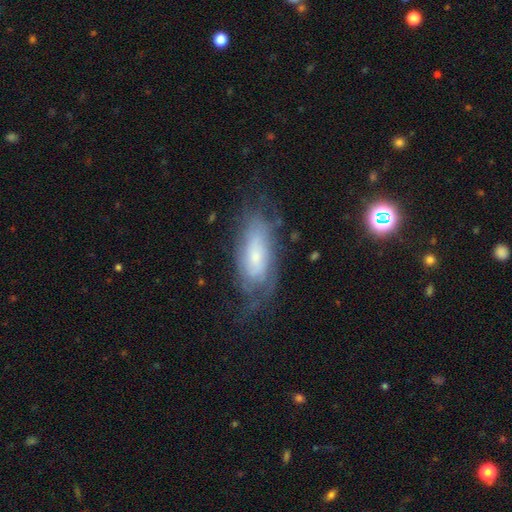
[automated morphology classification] Smooth or featured?
  - featured or disk: 63% *
  - smooth: 29%
  - star or artifact: 8%
Edge-on disk?
  - no: 88% *
  - yes: 12%
Bar?
  - no: 69% *
  - weak: 25%
  - strong: 6%
Spiral arms?
  - yes: 79% *
  - no: 21%
Bulge size?
  - small: 57% *
  - moderate: 28%
  - large: 7%
  - none: 6%
  - dominant: 2%
Merging?
  - none: 58% *
  - minor disturbance: 24%
  - major disturbance: 16%
  - merger: 2%